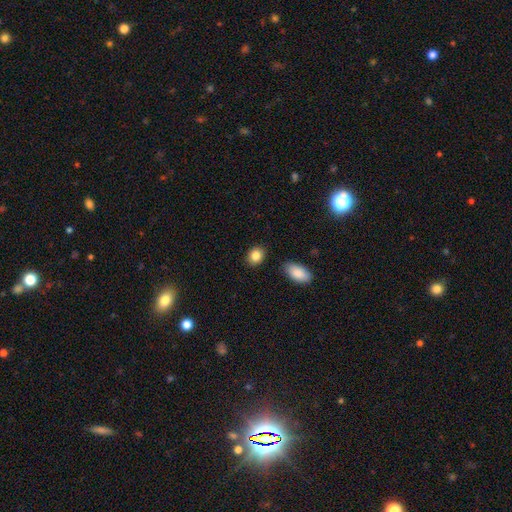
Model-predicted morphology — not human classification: Smooth or featured: smooth — 86% (star or artifact — 8%)
How rounded: round — 50% (in between — 49%)
Merging: none — 87% (minor disturbance — 8%)